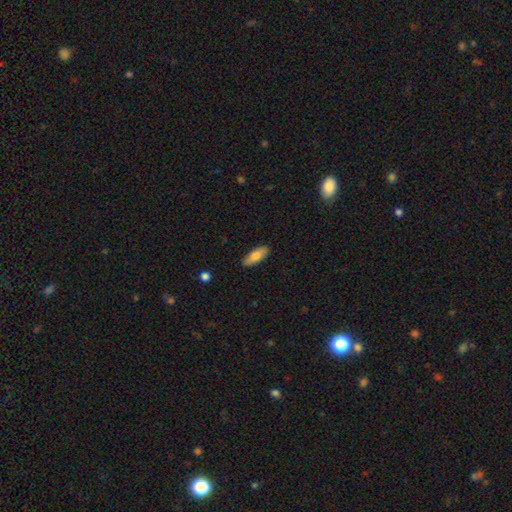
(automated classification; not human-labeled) Smooth or featured? smooth (79%)
How rounded? in between (68%)
Merging? none (88%)